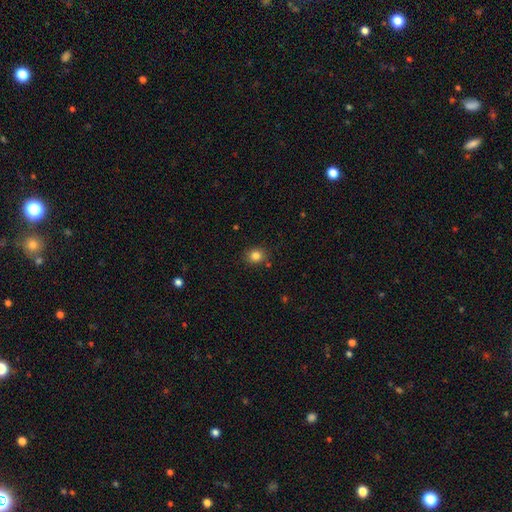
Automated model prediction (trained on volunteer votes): Smooth or featured? smooth (83%)
How rounded? round (71%)
Merging? none (86%)